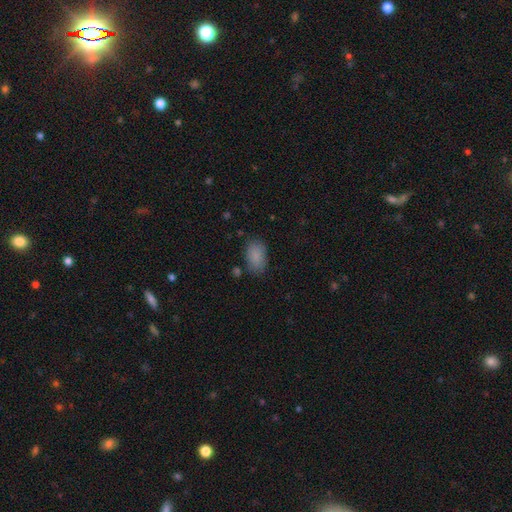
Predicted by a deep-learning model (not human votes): Smooth or featured? smooth (86%)
How rounded? in between (92%)
Merging? none (79%)